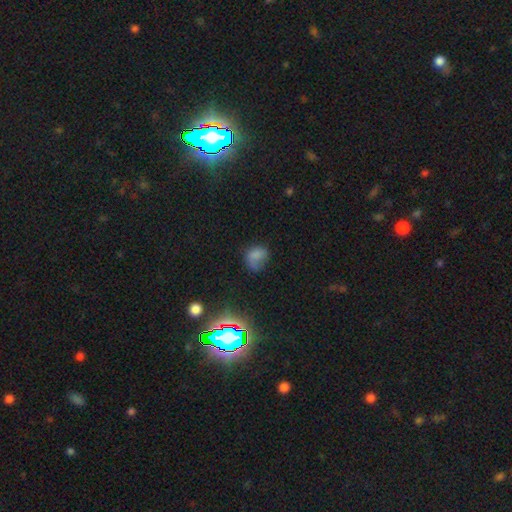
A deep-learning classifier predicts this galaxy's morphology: This appears to be a smooth galaxy with no disk features (68%) that is in between round and cigar-shaped (55%). Merging: none (47%).